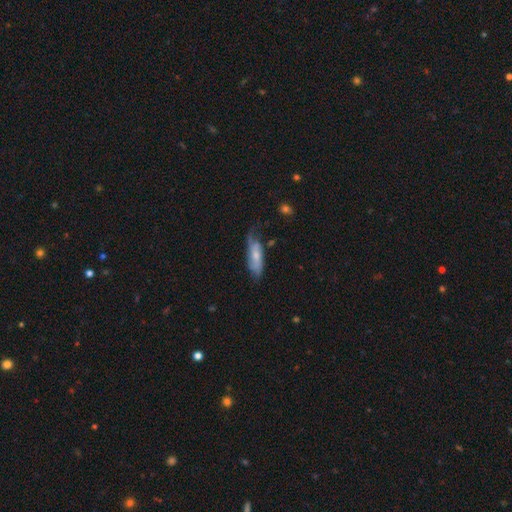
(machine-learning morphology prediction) Smooth or featured: featured or disk — 47% (tied with smooth — 47%)
Merging: none — 47% (minor disturbance — 32%)